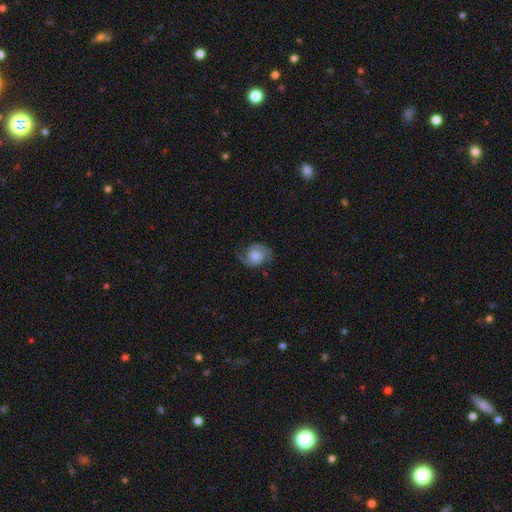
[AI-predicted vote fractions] Smooth or featured?
  - featured or disk: 70% *
  - smooth: 23%
  - star or artifact: 8%
Edge-on disk?
  - no: 97% *
  - yes: 3%
Bar?
  - no: 69% *
  - weak: 27%
  - strong: 4%
Spiral arms?
  - yes: 94% *
  - no: 6%
Spiral winding?
  - medium: 48% *
  - tight: 27%
  - loose: 25%
Spiral arm count?
  - 2: 90% *
  - can't tell: 4%
  - 1: 2%
  - 3: 1%
  - 4: 1%
  - more than 4: 1%
Bulge size?
  - moderate: 35% *
  - large: 28%
  - small: 18%
  - none: 15%
  - dominant: 4%
Merging?
  - none: 72% *
  - minor disturbance: 19%
  - major disturbance: 8%
  - merger: 1%